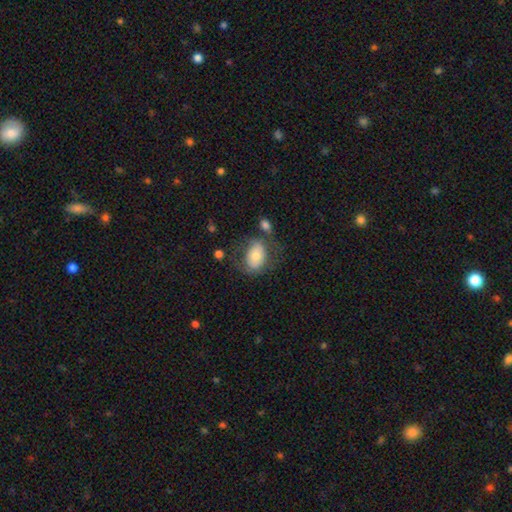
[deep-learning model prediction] Q: Smooth or featured?
A: smooth (67%); runner-up: featured or disk (26%)
Q: How rounded?
A: in between (78%); runner-up: round (20%)
Q: Merging?
A: none (51%); runner-up: minor disturbance (22%)